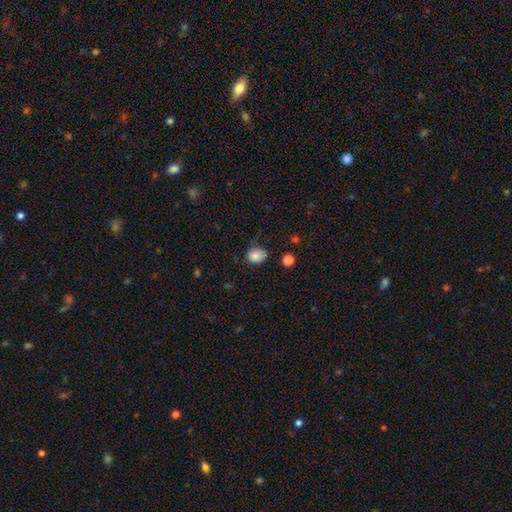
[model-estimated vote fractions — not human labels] Smooth or featured?
  - smooth: 85% *
  - star or artifact: 10%
  - featured or disk: 5%
How rounded?
  - round: 56% *
  - in between: 43%
  - cigar-shaped: 1%
Merging?
  - none: 63% *
  - minor disturbance: 28%
  - major disturbance: 7%
  - merger: 2%